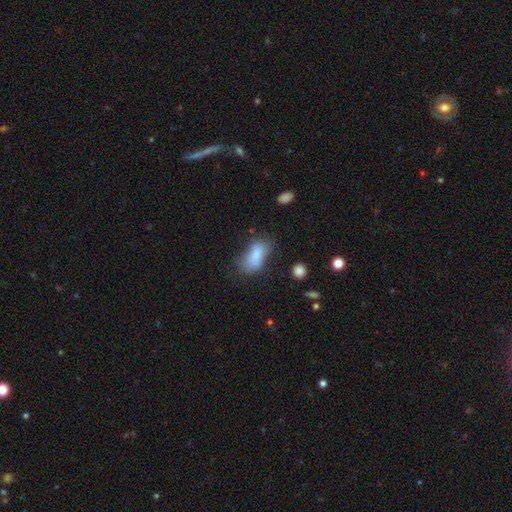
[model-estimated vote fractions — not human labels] smooth 76%, featured or disk 16%, star or artifact 9%. Down the decision tree: how rounded — in between (90%); merging — none (45%).